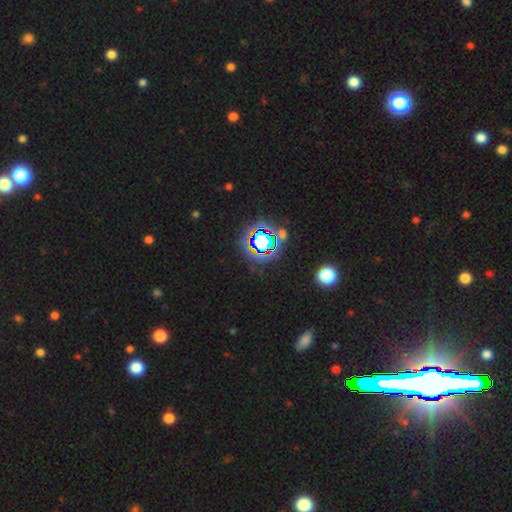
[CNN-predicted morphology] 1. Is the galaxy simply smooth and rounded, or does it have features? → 80% star or artifact, 11% smooth, 9% featured or disk.